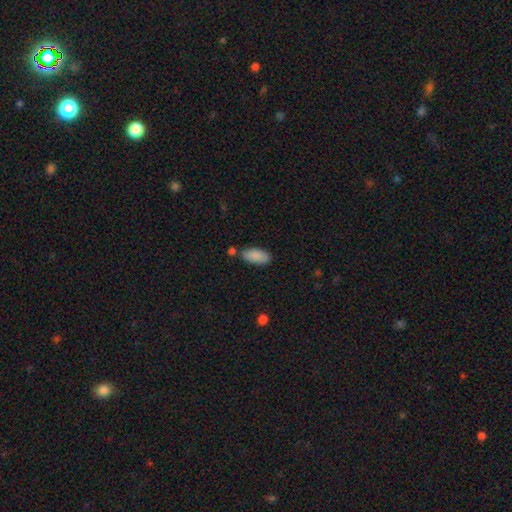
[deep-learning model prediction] The model was most divided on "merging": none: 74%, minor disturbance: 14%, merger: 9%, major disturbance: 3%. More confident: how rounded — in between (89%); smooth or featured — smooth (89%).